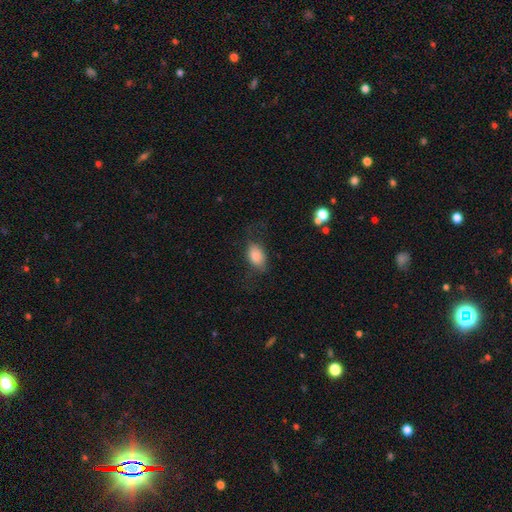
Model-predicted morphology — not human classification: The model was most divided on "merging": none: 57%, minor disturbance: 24%, major disturbance: 17%, merger: 2%. More confident: how rounded — in between (88%); smooth or featured — smooth (82%).